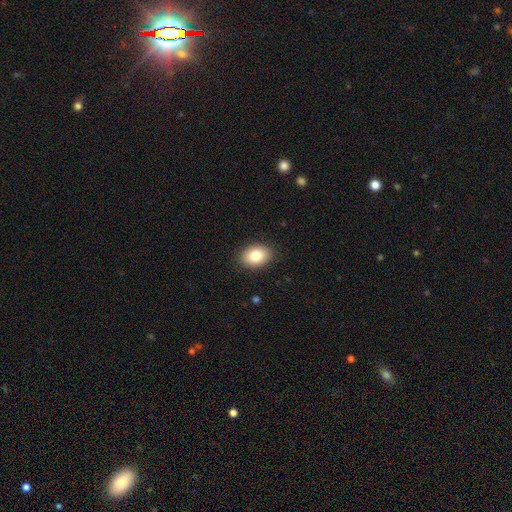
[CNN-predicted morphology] smooth 84%, featured or disk 8%, star or artifact 8%. Down the decision tree: how rounded — in between (84%); merging — none (89%).